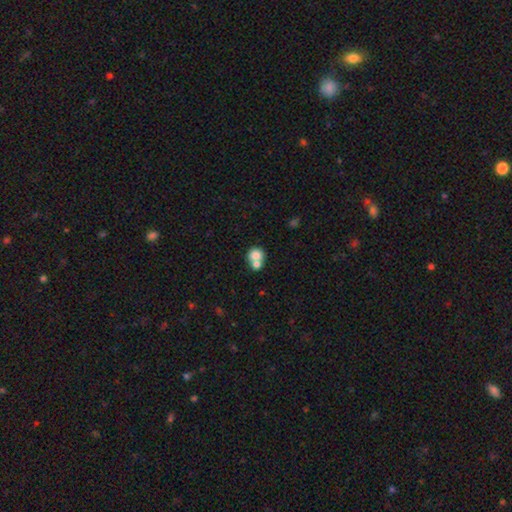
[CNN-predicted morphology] smooth_or_featured: smooth (p=0.75) [alt: featured or disk p=0.16]
how_rounded: round (p=0.77) [alt: in between p=0.22]
merging: merger (p=0.60) [alt: none p=0.31]